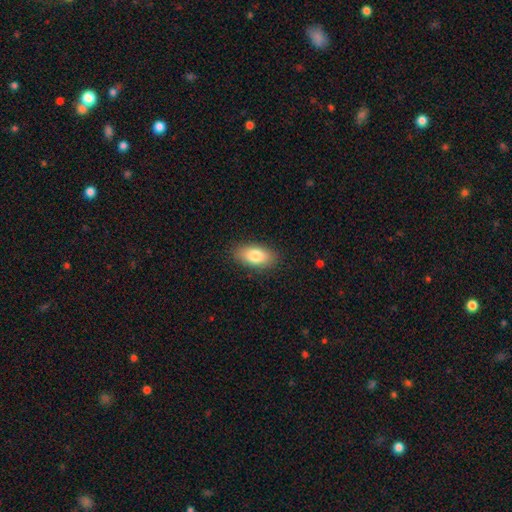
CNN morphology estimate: smooth_or_featured: smooth (p=0.82) [alt: featured or disk p=0.11]
how_rounded: in between (p=0.90) [alt: cigar-shaped p=0.06]
merging: none (p=0.86) [alt: minor disturbance p=0.10]